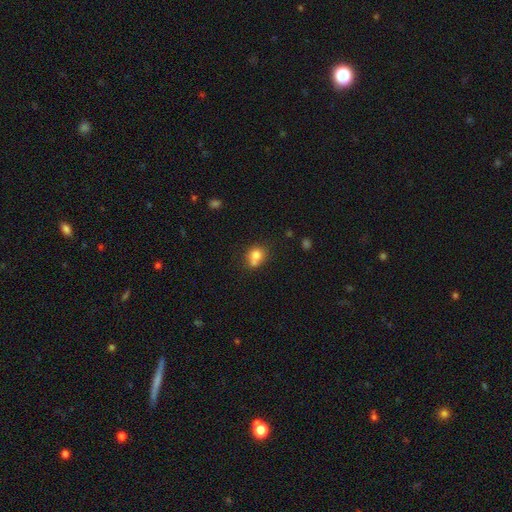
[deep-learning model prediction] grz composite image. It shows a smooth galaxy with no disk features (76%) that is round (68%). Merging: merger (40%, tied with none).